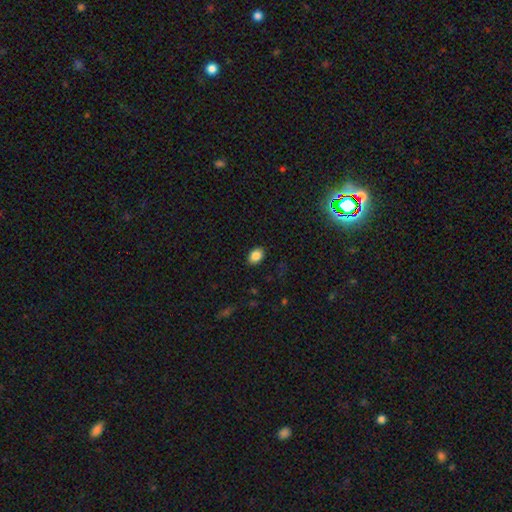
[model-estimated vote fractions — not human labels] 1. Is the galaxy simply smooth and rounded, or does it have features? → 86% smooth, 9% star or artifact, 5% featured or disk.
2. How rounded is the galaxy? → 78% in between, 21% round, 1% cigar-shaped.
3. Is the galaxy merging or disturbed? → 88% none, 9% minor disturbance, 2% major disturbance, 1% merger.